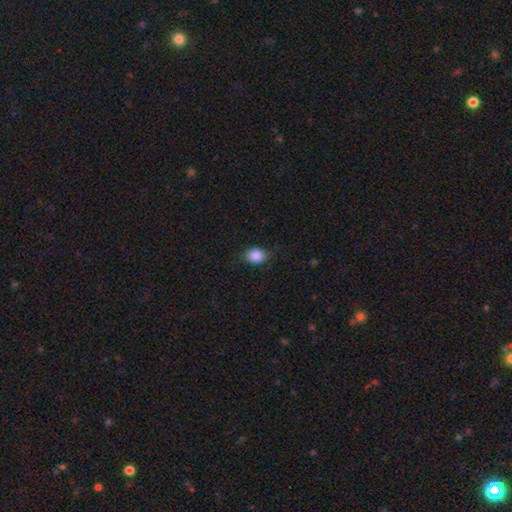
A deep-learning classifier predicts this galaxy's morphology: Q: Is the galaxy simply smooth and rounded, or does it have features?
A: smooth — 87%.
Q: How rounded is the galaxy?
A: in between — 50%.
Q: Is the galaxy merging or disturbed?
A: none — 82%.